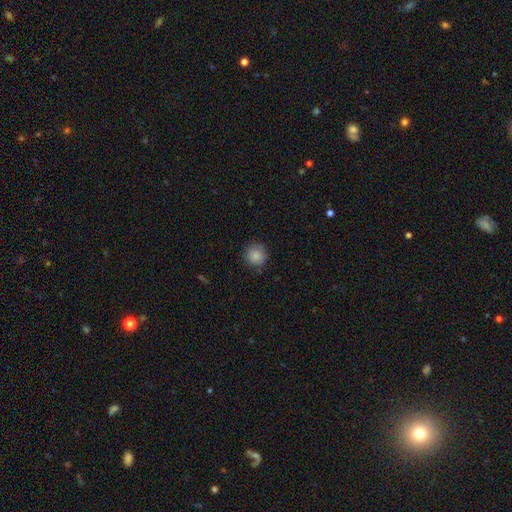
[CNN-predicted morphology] The model was most divided on "merging": none: 86%, minor disturbance: 11%, major disturbance: 2%, merger: 1%. More confident: how rounded — round (93%); smooth or featured — smooth (86%).